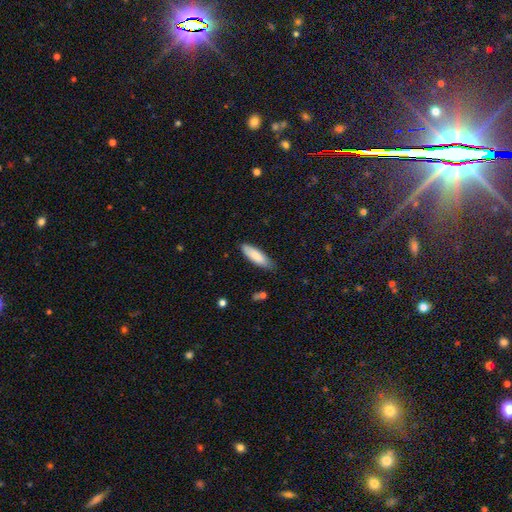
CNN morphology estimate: Smooth or featured? Predicted: smooth (p=0.83). How rounded? Predicted: cigar-shaped (p=0.50). Merging? Predicted: none (p=0.79).